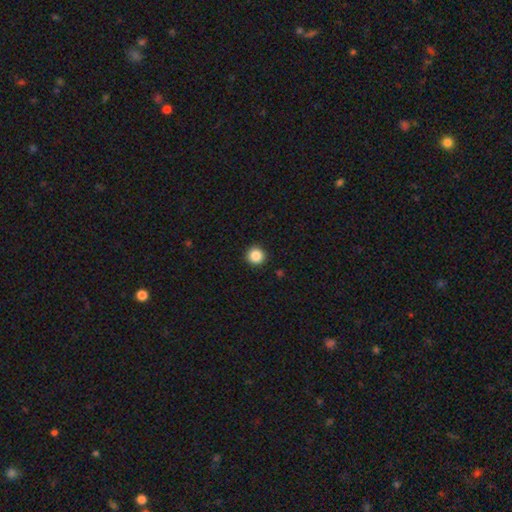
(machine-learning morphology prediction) Q: Smooth or featured?
A: smooth (87%); runner-up: star or artifact (10%)
Q: How rounded?
A: round (96%); runner-up: in between (3%)
Q: Merging?
A: none (93%); runner-up: minor disturbance (4%)